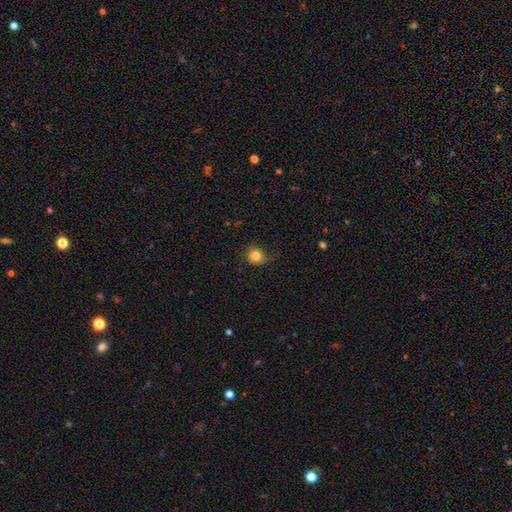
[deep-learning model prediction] Q: Smooth or featured?
A: smooth (83%); runner-up: star or artifact (11%)
Q: How rounded?
A: round (82%); runner-up: in between (17%)
Q: Merging?
A: none (69%); runner-up: minor disturbance (22%)